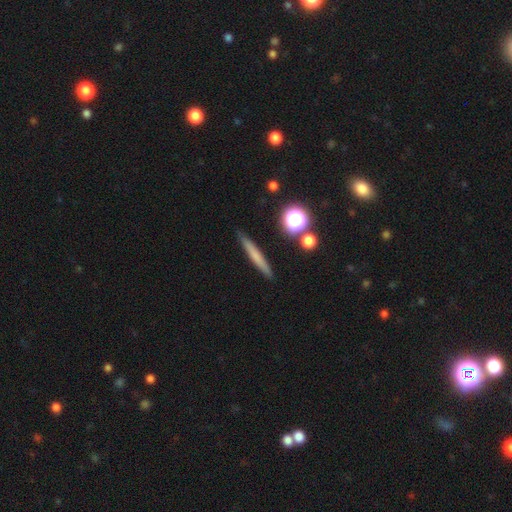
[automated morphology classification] Smooth or featured? smooth (59%)
How rounded? cigar-shaped (92%)
Merging? none (89%)